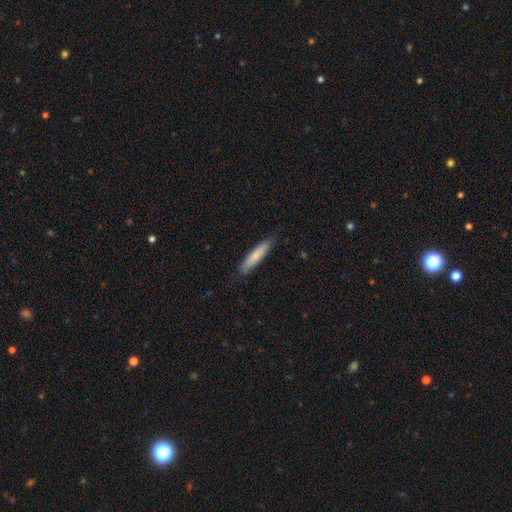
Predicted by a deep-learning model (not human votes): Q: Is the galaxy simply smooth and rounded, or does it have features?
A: smooth — 73%.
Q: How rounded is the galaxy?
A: cigar-shaped — 85%.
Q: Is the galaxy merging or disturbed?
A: none — 85%.